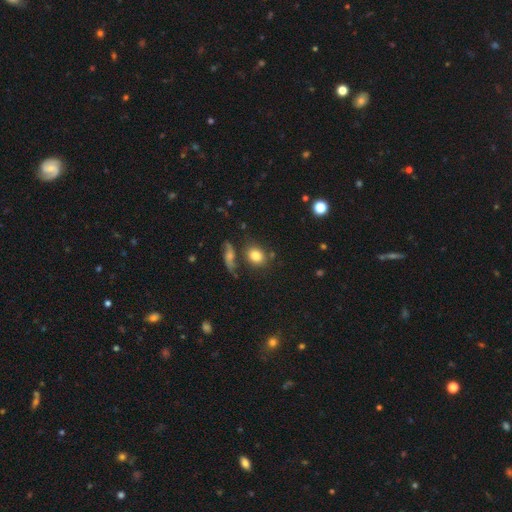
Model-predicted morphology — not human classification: Smooth or featured? Predicted: smooth (p=0.80). How rounded? Predicted: round (p=0.49). Merging? Predicted: none (p=0.68).